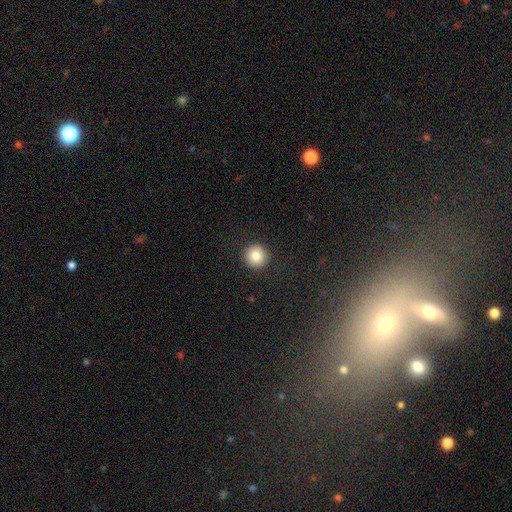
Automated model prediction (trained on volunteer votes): The model was most divided on "smooth or featured": smooth: 85%, star or artifact: 9%, featured or disk: 6%. More confident: how rounded — round (95%); merging — none (92%).